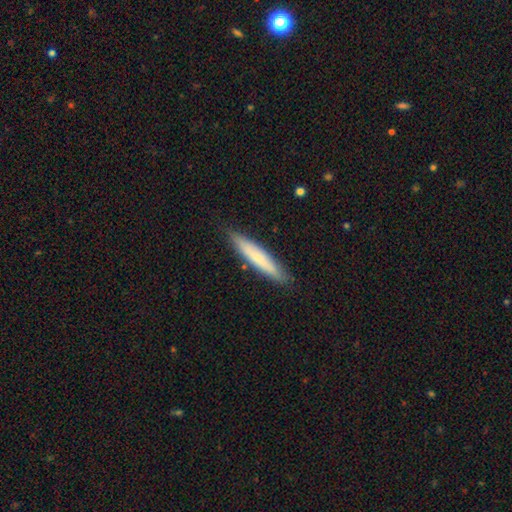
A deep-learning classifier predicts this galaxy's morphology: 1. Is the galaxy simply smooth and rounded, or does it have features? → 70% smooth, 24% featured or disk, 6% star or artifact.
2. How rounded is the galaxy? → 92% cigar-shaped, 7% in between, 1% round.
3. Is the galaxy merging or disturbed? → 88% none, 9% minor disturbance, 2% major disturbance, 1% merger.